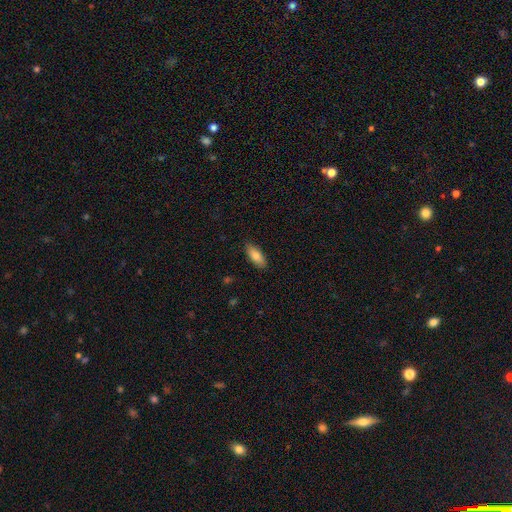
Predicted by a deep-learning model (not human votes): smooth 82%, featured or disk 12%, star or artifact 6%. Down the decision tree: how rounded — in between (76%); merging — none (87%).